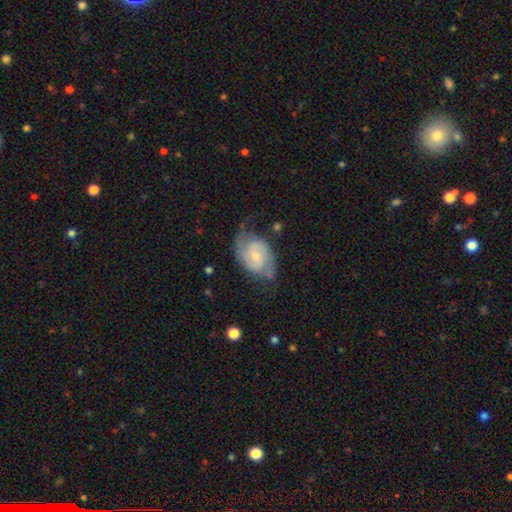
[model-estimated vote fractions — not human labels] This appears to be a featured or disk galaxy (73%) with no bar (50%), 2 (82%) medium (47%) spiral arms (91%) and a small central bulge (59%). Merging: none (55%).